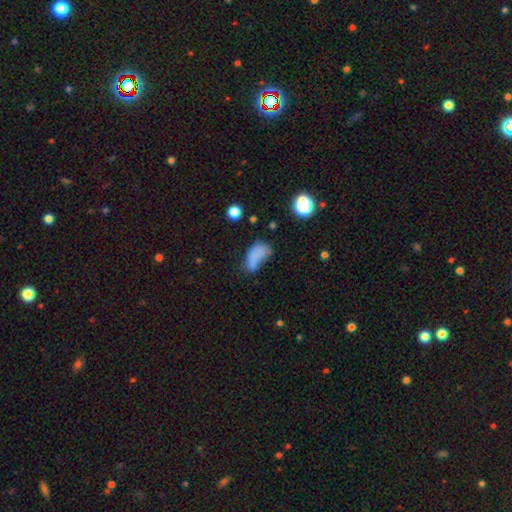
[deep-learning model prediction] Smooth or featured? smooth (70%)
How rounded? in between (86%)
Merging? major disturbance (34%)